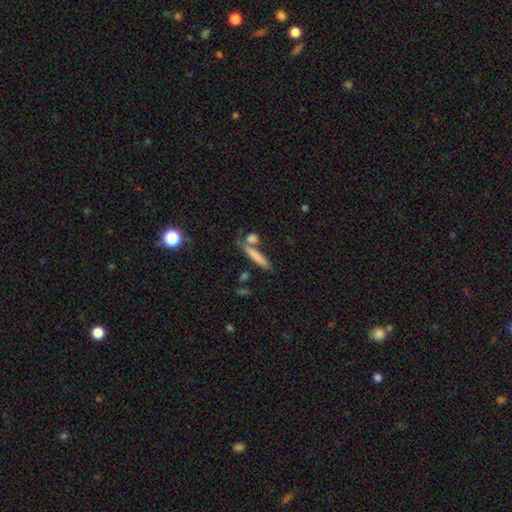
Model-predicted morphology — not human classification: Smooth or featured: smooth — 75% (featured or disk — 17%)
How rounded: cigar-shaped — 85% (in between — 12%)
Merging: none — 66% (merger — 18%)